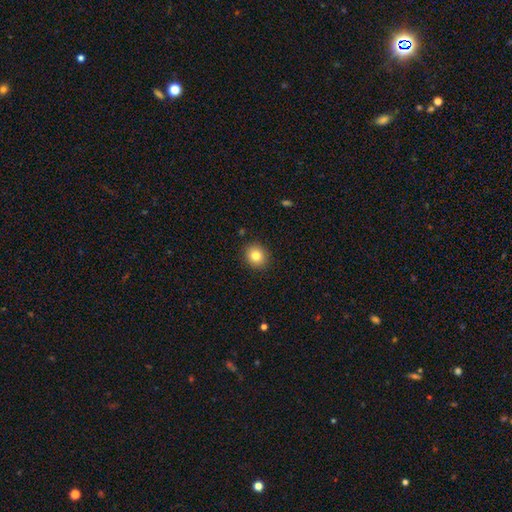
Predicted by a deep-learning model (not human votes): A smooth galaxy with no disk features (82%) that is round (80%). Merging: none (90%).